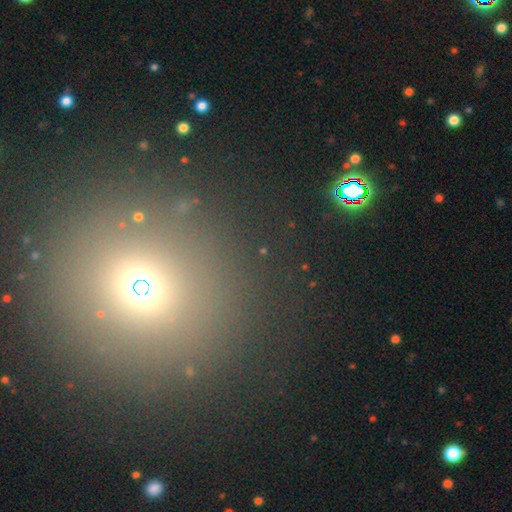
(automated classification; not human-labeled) smooth 56%, star or artifact 34%, featured or disk 9%. Down the decision tree: how rounded — round (85%); merging — none (85%).